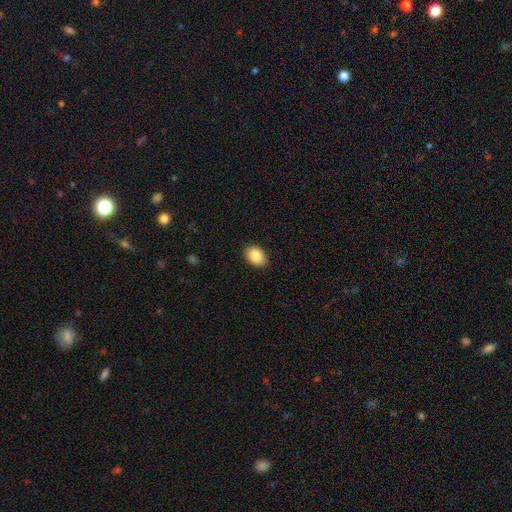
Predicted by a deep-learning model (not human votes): The model was most divided on "how rounded": in between: 79%, round: 20%, cigar-shaped: 1%. More confident: smooth or featured — smooth (88%); merging — none (87%).